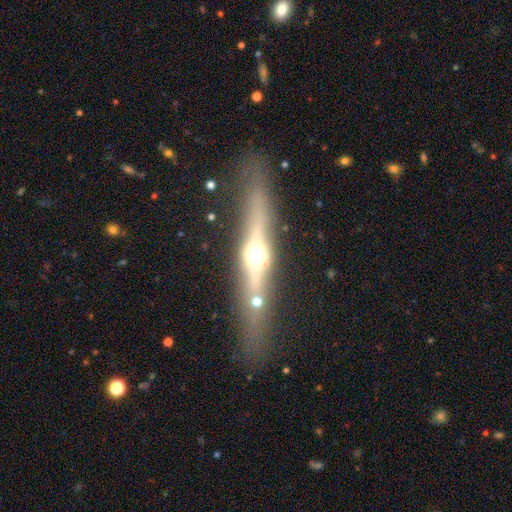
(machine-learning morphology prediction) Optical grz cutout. It shows a featured or disk galaxy (72%) viewed edge-on (94%) with a rounded central bulge (92%). Merging: none (79%).